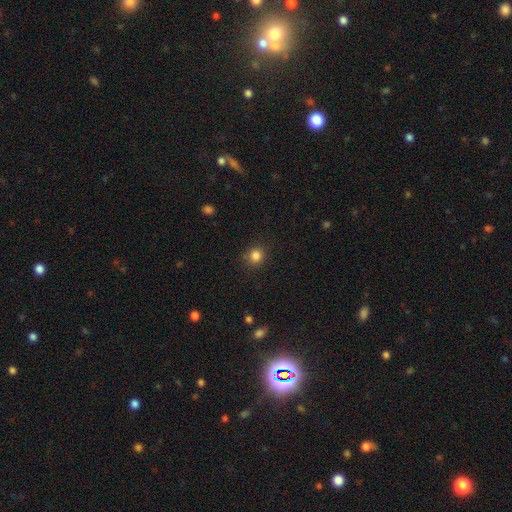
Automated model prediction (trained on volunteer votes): Overall: smooth (84%). How rounded: round (88%). Merging: none (87%).